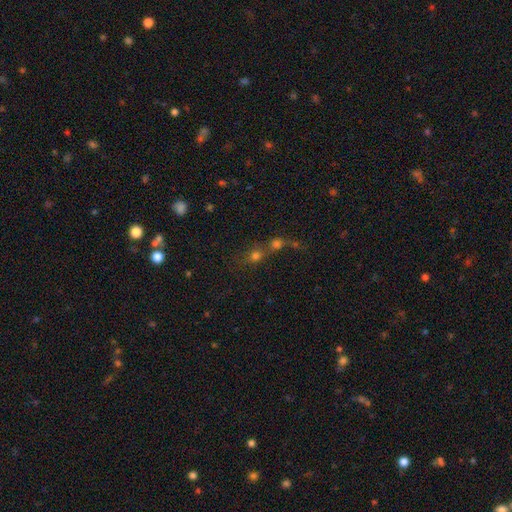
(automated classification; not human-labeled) This is possibly a smooth galaxy (57%). How rounded: likely round (72%). Merging: possibly merger (60%).